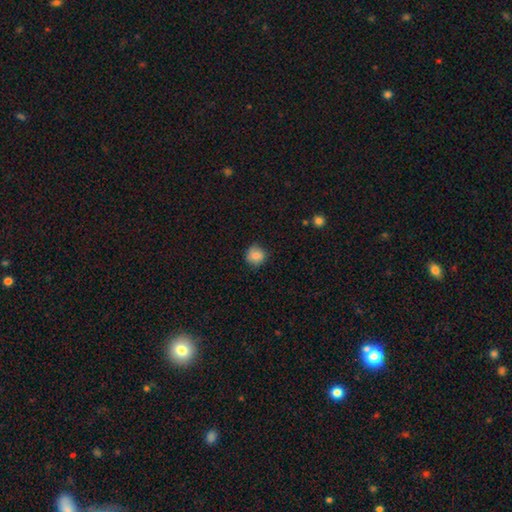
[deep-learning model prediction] Smooth or featured?
  - smooth: 84% *
  - star or artifact: 9%
  - featured or disk: 7%
How rounded?
  - round: 89% *
  - in between: 10%
  - cigar-shaped: 1%
Merging?
  - none: 81% *
  - minor disturbance: 15%
  - major disturbance: 3%
  - merger: 1%